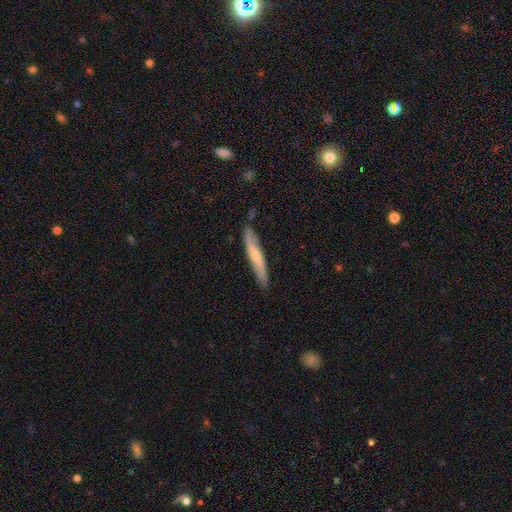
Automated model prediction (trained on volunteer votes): smooth-or-featured: featured or disk: 50% | smooth: 44% | star or artifact: 6%
  disk-edge-on: yes: 63% | no: 37%
  merging: none: 73% | minor disturbance: 21% | major disturbance: 4% | merger: 3%